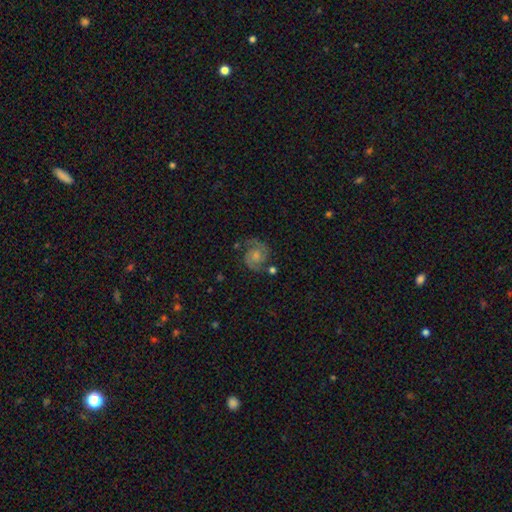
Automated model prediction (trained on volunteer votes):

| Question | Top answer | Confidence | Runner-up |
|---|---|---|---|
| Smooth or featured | featured or disk | 81% | smooth (12%) |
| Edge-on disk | no | 98% | yes (2%) |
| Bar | no | 68% | weak (27%) |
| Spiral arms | yes | 97% | no (3%) |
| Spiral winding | medium | 45% | tight (43%) |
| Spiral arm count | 2 | 91% | can't tell (4%) |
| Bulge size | small | 44% | moderate (35%) |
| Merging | none | 69% | minor disturbance (17%) |